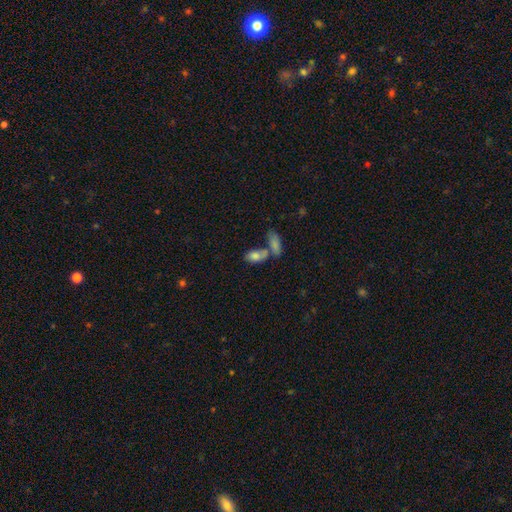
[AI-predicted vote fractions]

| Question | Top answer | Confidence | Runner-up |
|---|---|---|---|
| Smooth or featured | smooth | 78% | featured or disk (14%) |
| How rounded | in between | 90% | cigar-shaped (6%) |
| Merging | merger | 44% | none (38%) |